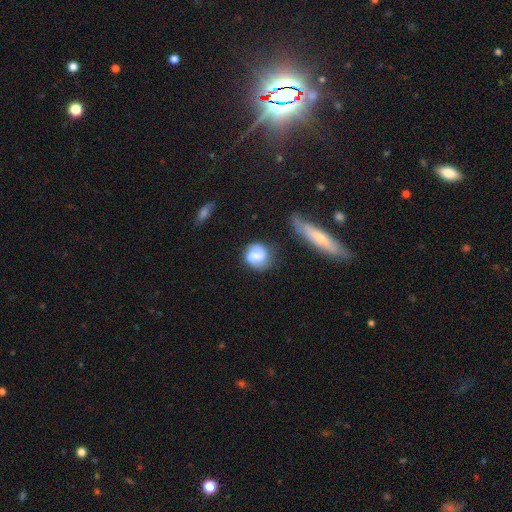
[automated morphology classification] smooth_or_featured: smooth (p=0.49) [alt: featured or disk p=0.43]
merging: none (p=0.65) [alt: minor disturbance p=0.21]